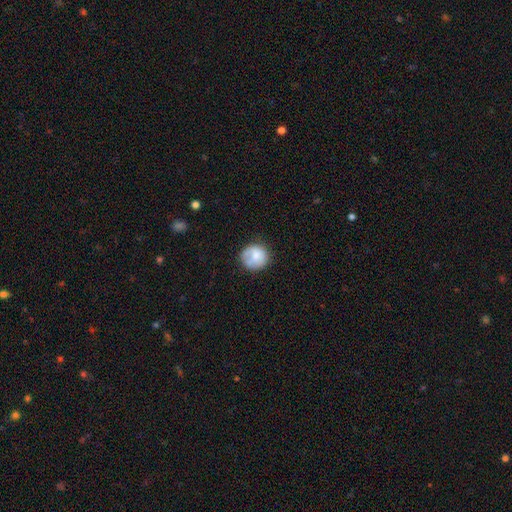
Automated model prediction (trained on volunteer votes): Q: Smooth or featured?
A: smooth (72%); runner-up: featured or disk (20%)
Q: How rounded?
A: round (87%); runner-up: in between (12%)
Q: Merging?
A: none (66%); runner-up: minor disturbance (23%)